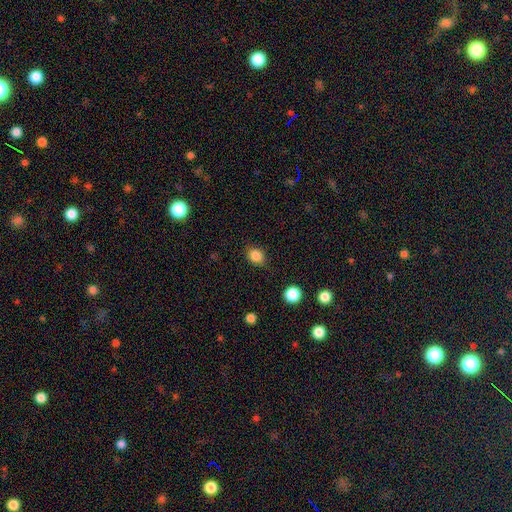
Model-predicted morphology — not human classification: Overall: smooth (85%). How rounded: round (66%; in between 33%). Merging: none (84%).